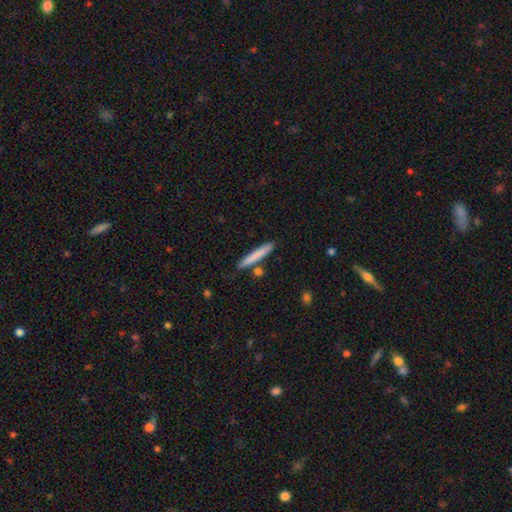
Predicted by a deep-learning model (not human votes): The model was most divided on "smooth or featured": smooth: 76%, featured or disk: 18%, star or artifact: 6%. More confident: how rounded — cigar-shaped (95%); merging — none (83%).